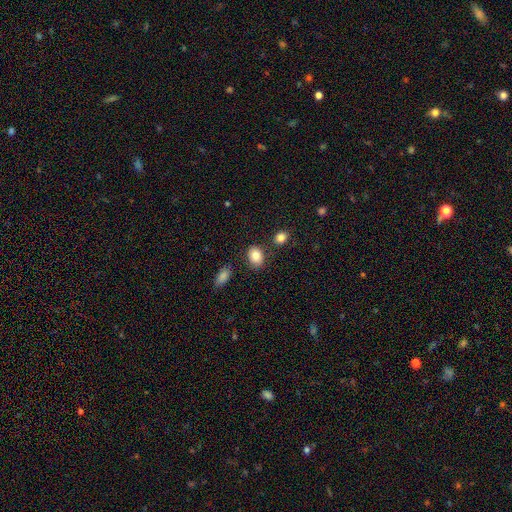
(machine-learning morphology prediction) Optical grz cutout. It shows a smooth galaxy with no disk features (83%) that is in between round and cigar-shaped (66%). Merging: none (80%).